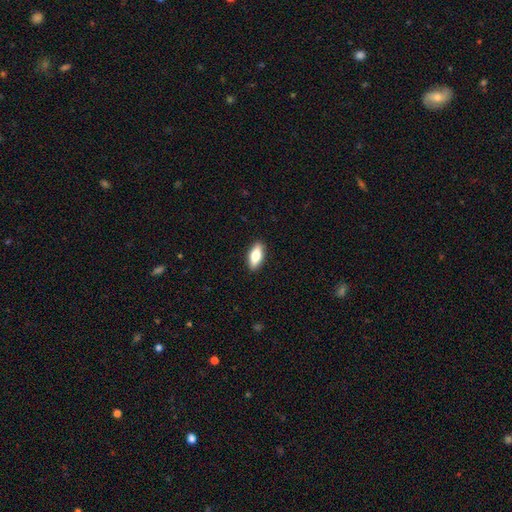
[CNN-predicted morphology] Smooth or featured? Predicted: smooth (p=0.72). How rounded? Predicted: in between (p=0.80). Merging? Predicted: none (p=0.90).